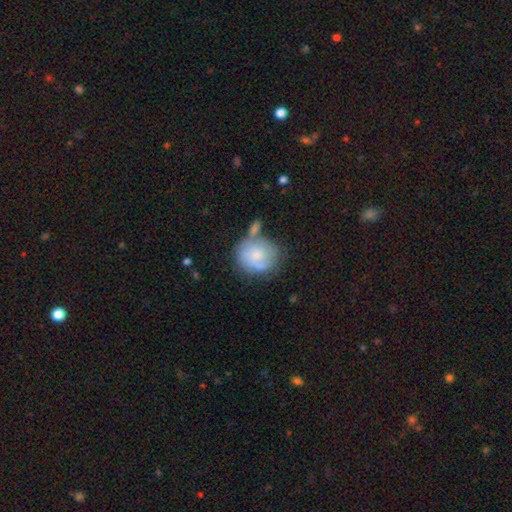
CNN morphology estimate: The model was most divided on "smooth or featured": smooth: 50%, featured or disk: 44%, star or artifact: 6%. Remaining: merging — none (43%).